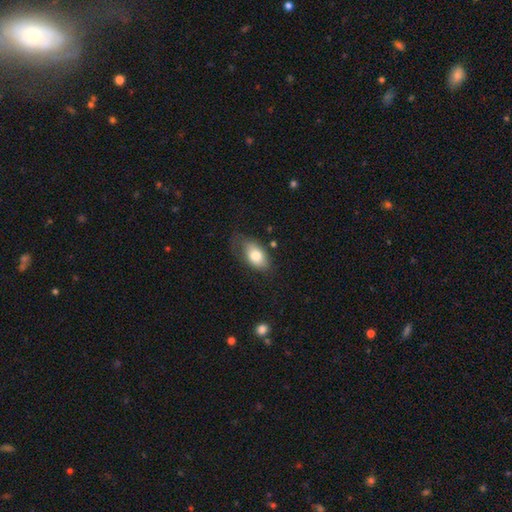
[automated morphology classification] type=smooth (76%); roundness=in between (91%); merging=none (54%).